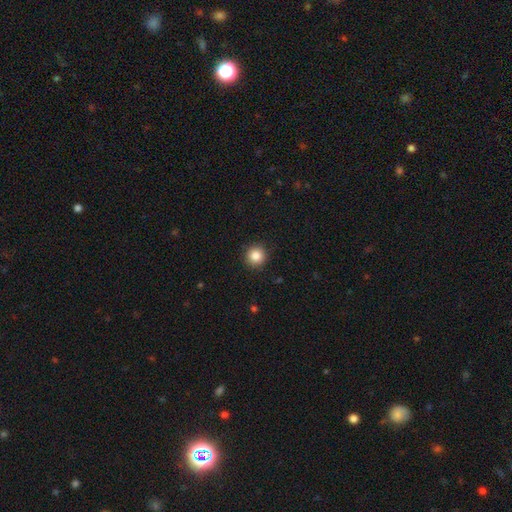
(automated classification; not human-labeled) Smooth or featured: smooth — 85% (star or artifact — 10%)
How rounded: round — 95% (in between — 4%)
Merging: none — 91% (minor disturbance — 6%)